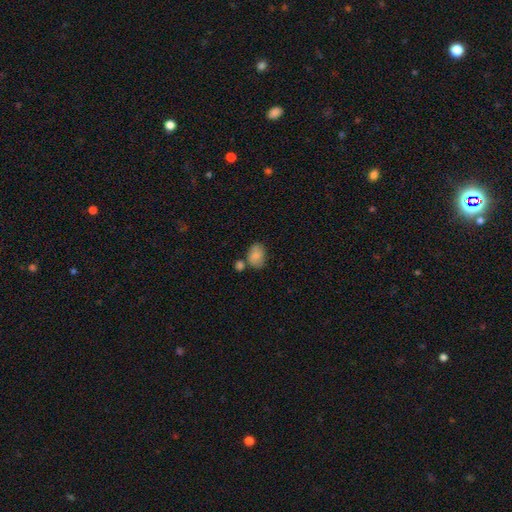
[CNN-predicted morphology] A smooth galaxy with no disk features (80%) that is in between round and cigar-shaped (80%). Merging: none (53%).